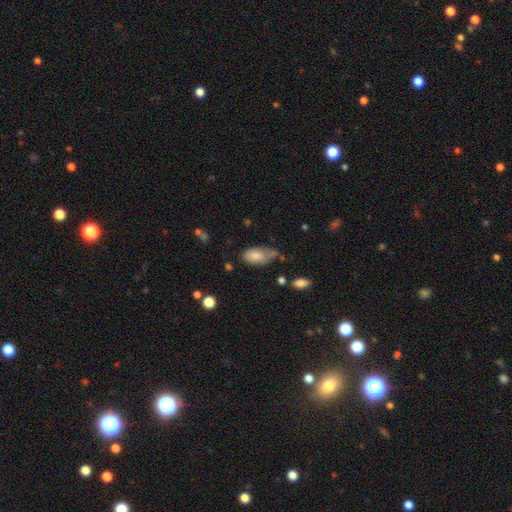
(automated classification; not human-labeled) This is likely a smooth galaxy (78%). How rounded: clearly in between (93%). Merging: marginally none (42%).